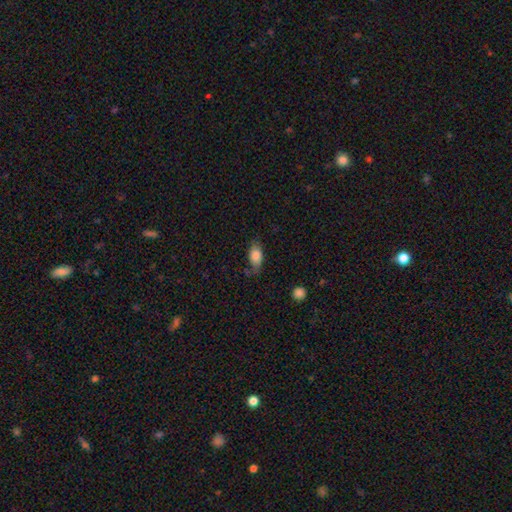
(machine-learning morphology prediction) A smooth galaxy with no disk features (80%) that is in between round and cigar-shaped (88%). Merging: none (63%).